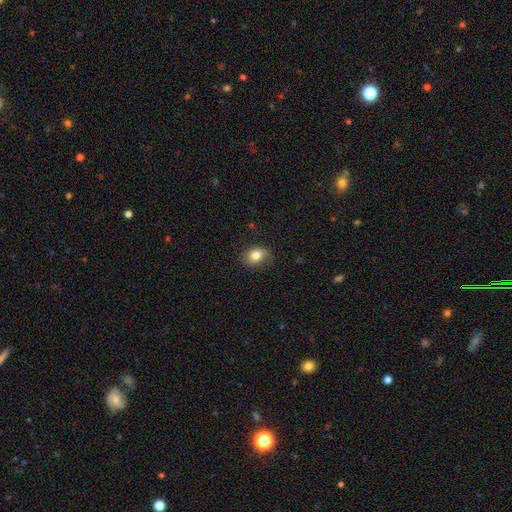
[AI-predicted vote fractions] This is clearly a smooth galaxy (80%). How rounded: possibly in between (58%). Merging: likely none (77%).